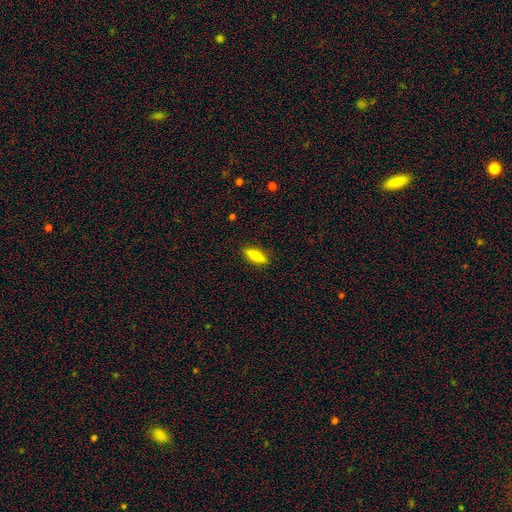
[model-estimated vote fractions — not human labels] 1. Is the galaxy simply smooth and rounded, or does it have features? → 81% smooth, 12% featured or disk, 7% star or artifact.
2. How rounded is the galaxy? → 57% cigar-shaped, 41% in between, 2% round.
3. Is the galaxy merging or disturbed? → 87% none, 9% minor disturbance, 2% major disturbance, 1% merger.